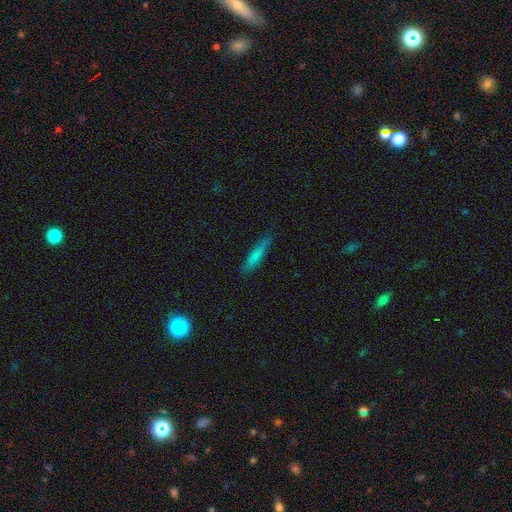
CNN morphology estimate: type=smooth (75%); roundness=cigar-shaped (85%); merging=none (82%).